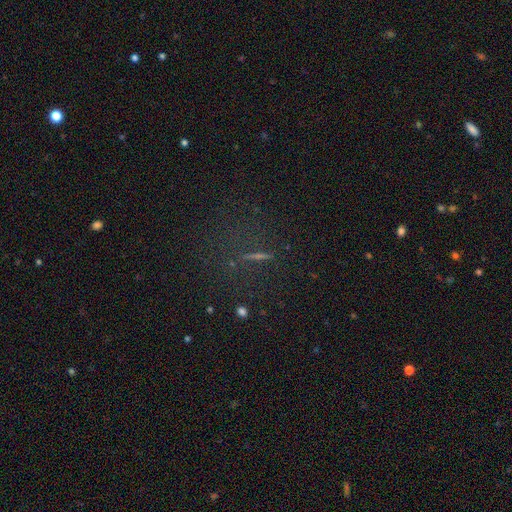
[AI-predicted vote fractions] smooth_or_featured: star or artifact (p=0.48) [alt: smooth p=0.27]